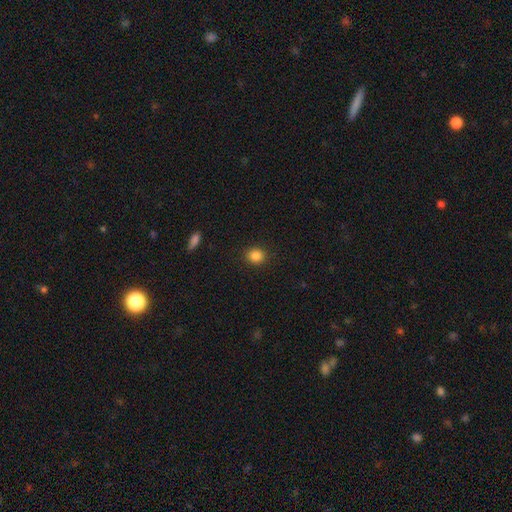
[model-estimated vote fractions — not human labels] This appears to be a smooth galaxy with no disk features (86%) that is round (75%). Merging: none (90%).